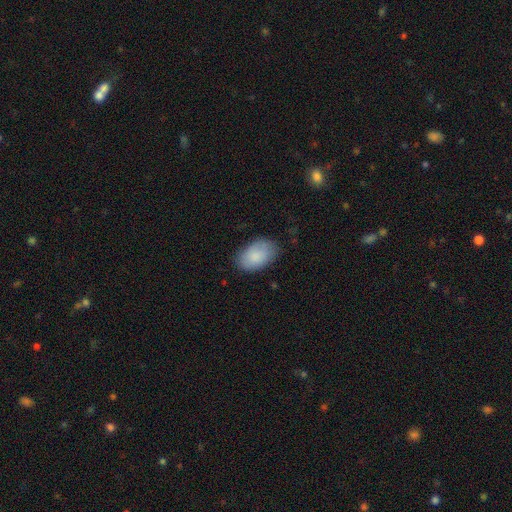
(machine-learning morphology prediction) Smooth or featured? smooth (86%)
How rounded? in between (92%)
Merging? none (77%)